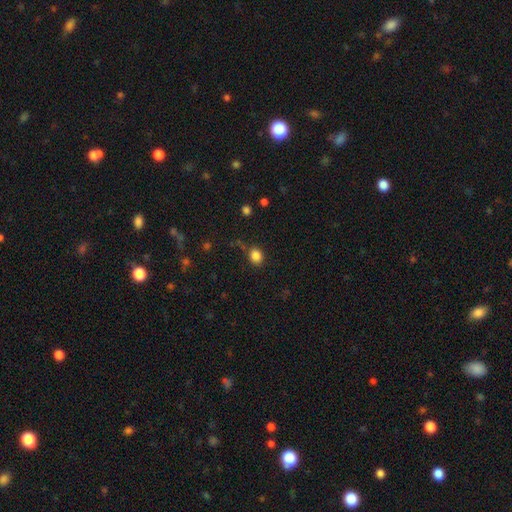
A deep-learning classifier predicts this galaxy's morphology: Smooth or featured? Predicted: smooth (p=0.84). How rounded? Predicted: round (p=0.70). Merging? Predicted: none (p=0.76).